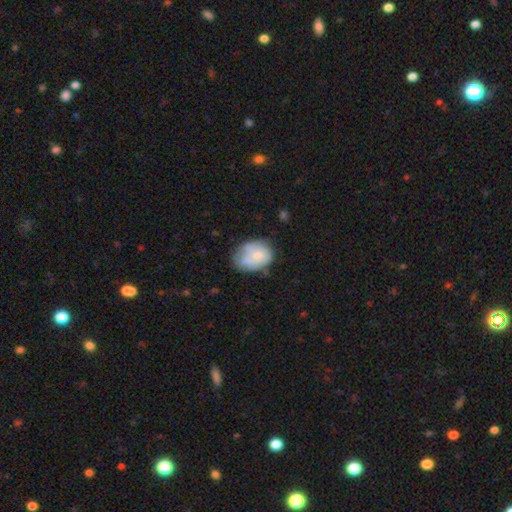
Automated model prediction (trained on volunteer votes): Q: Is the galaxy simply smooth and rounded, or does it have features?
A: smooth — 62%.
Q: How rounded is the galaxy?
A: in between — 61%.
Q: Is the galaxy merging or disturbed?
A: none — 43%.